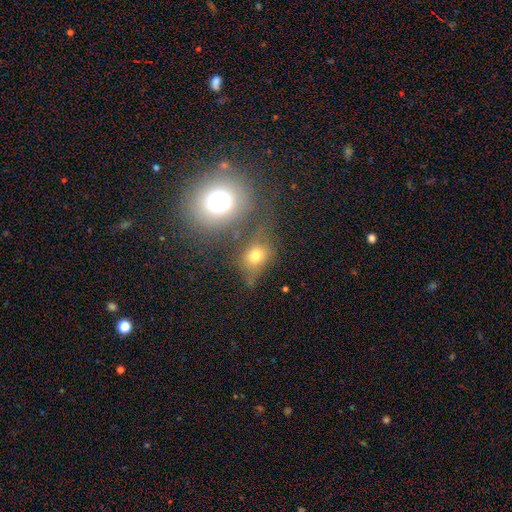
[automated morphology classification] Overall: smooth (62%). How rounded: round (51%; in between 47%). Merging: none (47%; merger 20%).